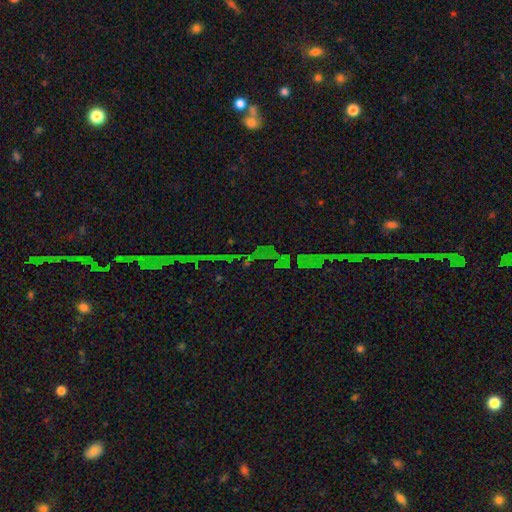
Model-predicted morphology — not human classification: Q: Smooth or featured?
A: star or artifact (79%); runner-up: featured or disk (10%)